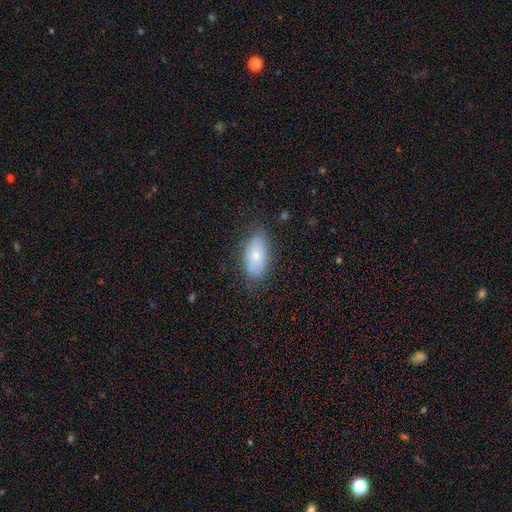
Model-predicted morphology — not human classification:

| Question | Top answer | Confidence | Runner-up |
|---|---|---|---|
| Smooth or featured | smooth | 72% | featured or disk (19%) |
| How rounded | in between | 90% | cigar-shaped (6%) |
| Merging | none | 76% | minor disturbance (18%) |